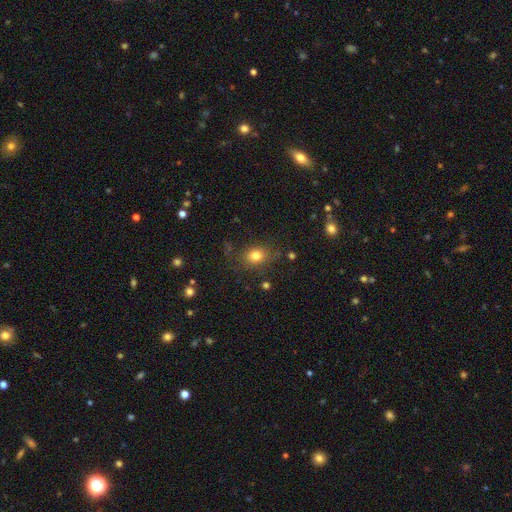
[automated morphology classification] Smooth or featured? smooth (79%)
How rounded? in between (50%)
Merging? none (78%)